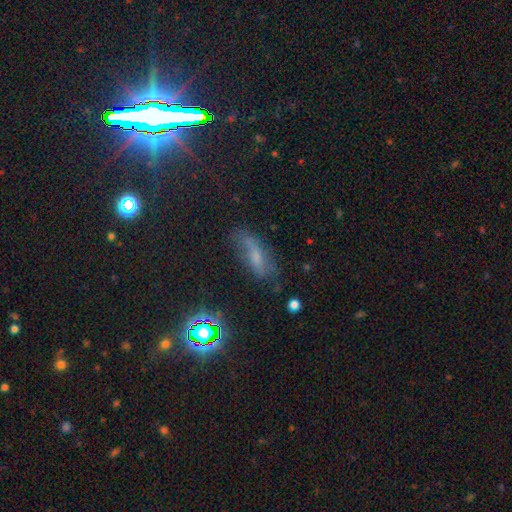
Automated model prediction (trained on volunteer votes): Smooth or featured? smooth (41%)
Merging? none (54%)